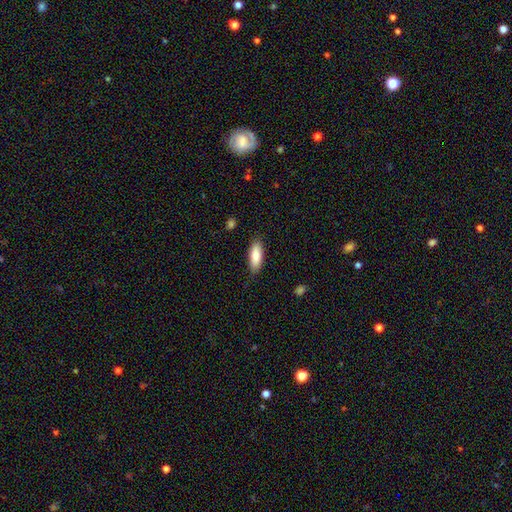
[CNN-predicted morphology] Smooth or featured: smooth — 84% (featured or disk — 10%)
How rounded: in between — 68% (cigar-shaped — 31%)
Merging: none — 85% (minor disturbance — 11%)